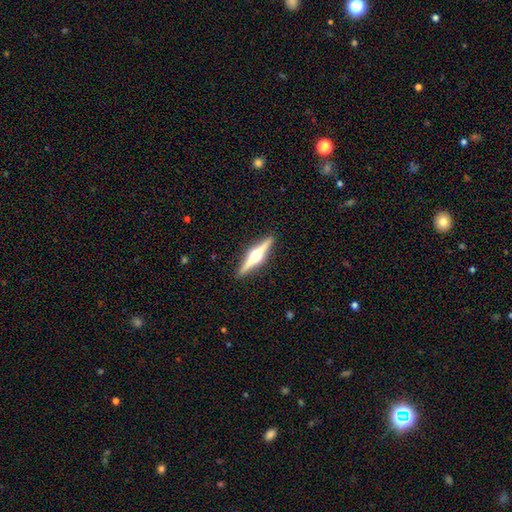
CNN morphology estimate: smooth_or_featured: featured or disk (p=0.80) [alt: smooth p=0.15]
disk_edge_on: yes (p=0.98) [alt: no p=0.02]
edge_on_bulge: rounded (p=0.96) [alt: boxy p=0.03]
merging: none (p=0.92) [alt: minor disturbance p=0.06]